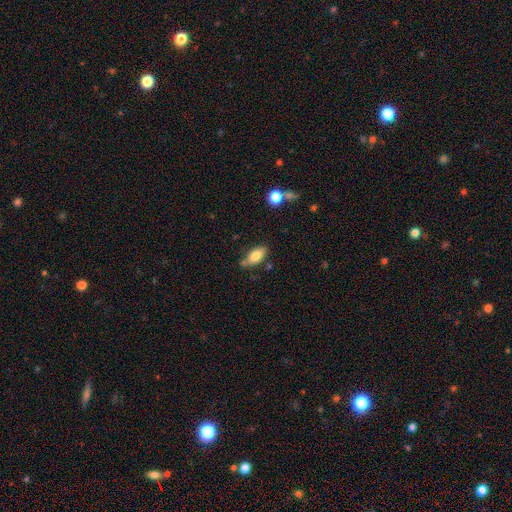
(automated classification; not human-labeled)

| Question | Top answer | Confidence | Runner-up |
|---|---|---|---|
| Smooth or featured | smooth | 80% | featured or disk (13%) |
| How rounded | in between | 89% | cigar-shaped (8%) |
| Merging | none | 69% | minor disturbance (20%) |